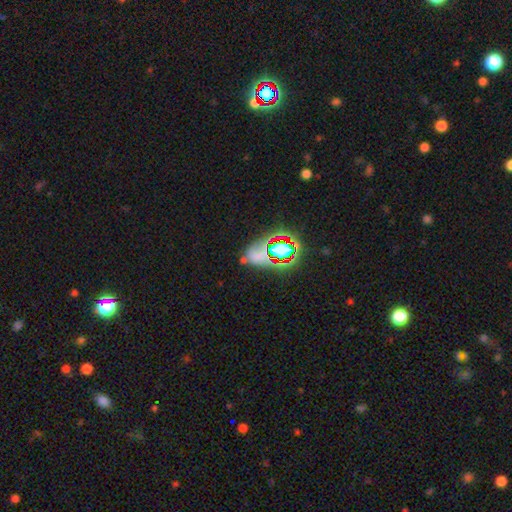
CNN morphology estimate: This is marginally a star or artifact rather than a galaxy (42%).